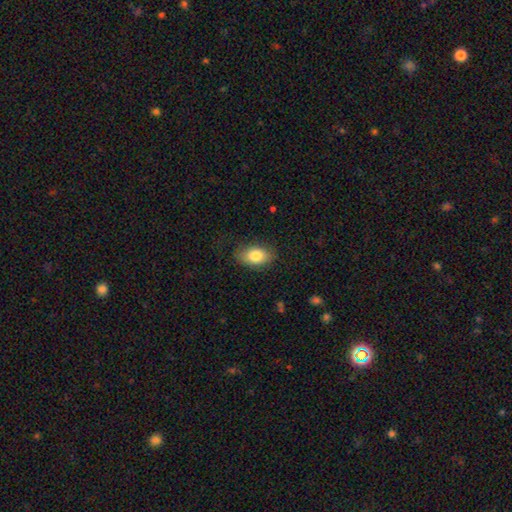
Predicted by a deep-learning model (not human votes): Smooth or featured? Predicted: smooth (p=0.82). How rounded? Predicted: in between (p=0.89). Merging? Predicted: none (p=0.79).